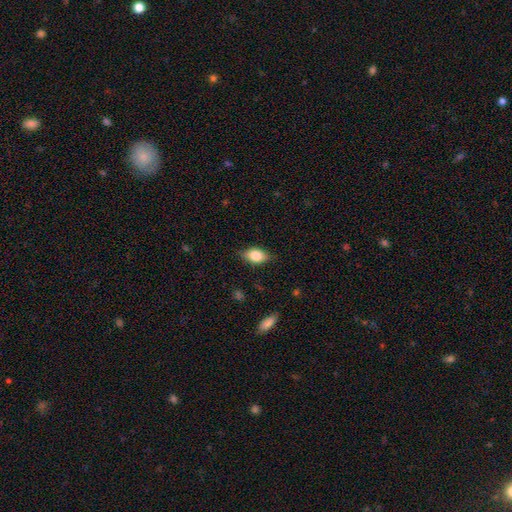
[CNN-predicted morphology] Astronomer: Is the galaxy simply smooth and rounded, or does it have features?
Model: smooth — 81%.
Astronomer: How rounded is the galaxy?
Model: in between — 86%.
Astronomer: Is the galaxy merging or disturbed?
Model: none — 80%.